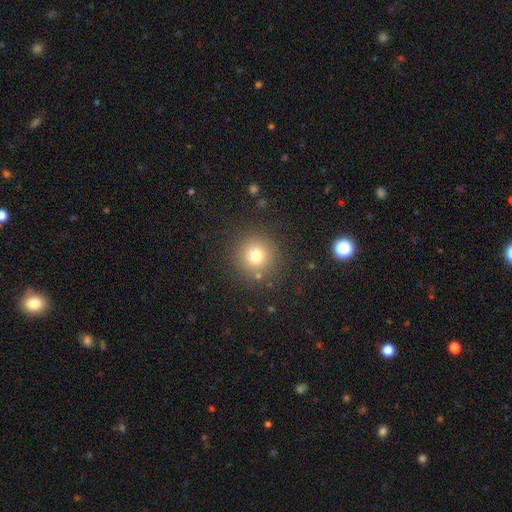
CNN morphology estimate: type=smooth (76%); roundness=round (94%); merging=none (85%).